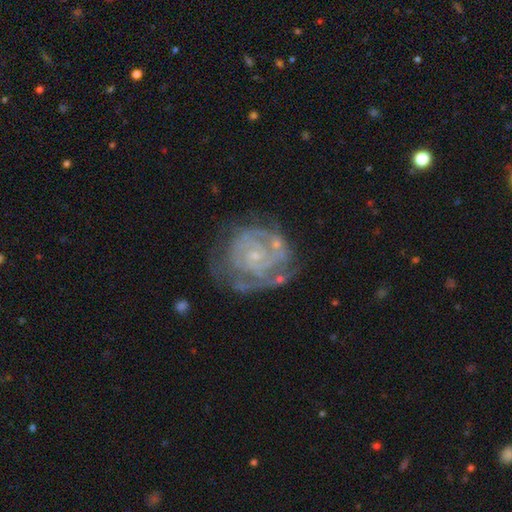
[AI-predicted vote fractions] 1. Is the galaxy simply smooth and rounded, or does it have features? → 82% featured or disk, 11% smooth, 7% star or artifact.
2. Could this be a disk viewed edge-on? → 98% no, 2% yes.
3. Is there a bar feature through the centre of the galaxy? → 76% no, 20% weak, 5% strong.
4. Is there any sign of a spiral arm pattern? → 87% yes, 13% no.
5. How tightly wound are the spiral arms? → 72% tight, 22% medium, 6% loose.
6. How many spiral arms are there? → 40% can't tell, 26% 2, 16% 3, 7% 4, 6% 1, 5% more than 4.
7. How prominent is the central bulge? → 80% small, 11% moderate, 7% none, 1% large, 1% dominant.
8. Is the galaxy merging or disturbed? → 60% none, 22% minor disturbance, 15% major disturbance, 4% merger.